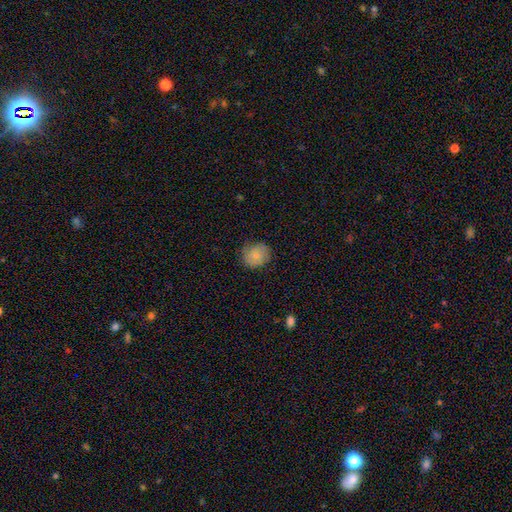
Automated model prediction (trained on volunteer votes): A smooth galaxy with no disk features (80%) that is round (79%).

Vote fractions:
- Smooth or featured? smooth: 80% / featured or disk: 13% / star or artifact: 8%
- How rounded? round: 79% / in between: 20% / cigar-shaped: 1%
- Merging? none: 77% / minor disturbance: 18% / major disturbance: 4% / merger: 1%